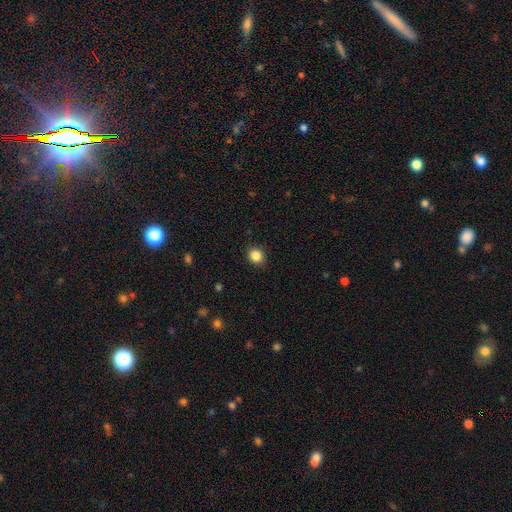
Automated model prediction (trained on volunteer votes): Morphology: type=smooth (86%); roundness=round (77%); merging=none (89%).